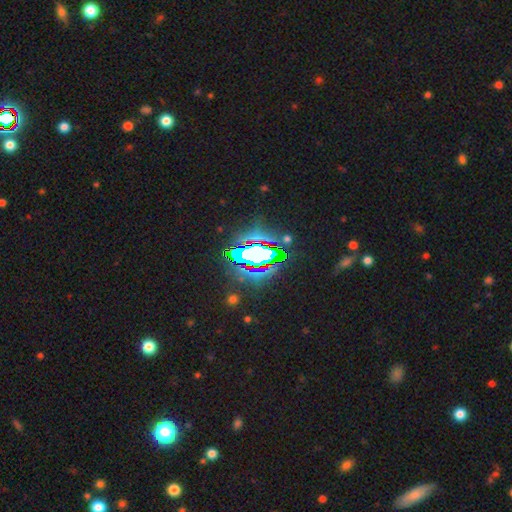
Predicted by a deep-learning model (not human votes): A star or artifact, not a galaxy (69%).